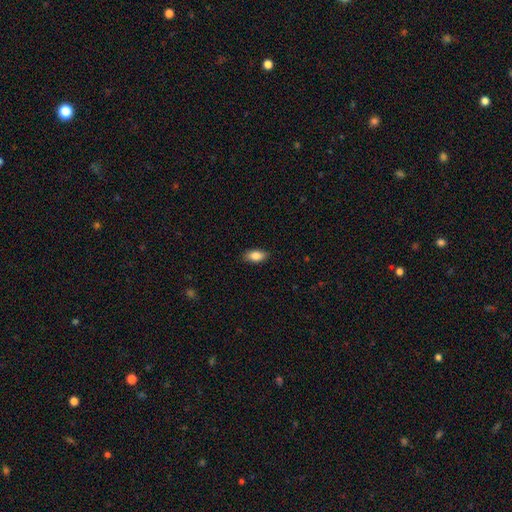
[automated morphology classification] type=smooth (85%); roundness=in between (89%); merging=none (87%).